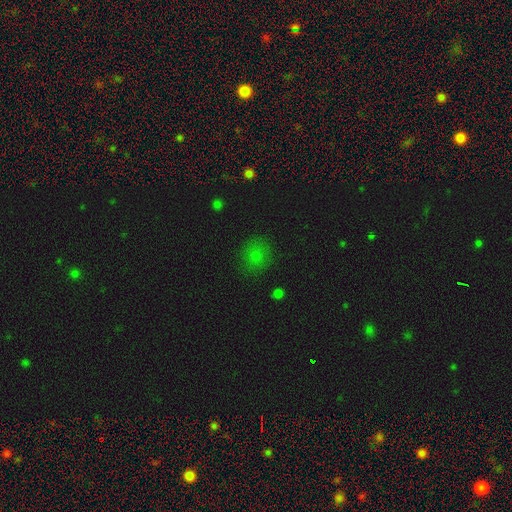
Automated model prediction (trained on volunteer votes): A smooth galaxy with no disk features (64%) that is round (84%).

Vote fractions:
- Smooth or featured? smooth: 64% / star or artifact: 27% / featured or disk: 9%
- How rounded? round: 84% / in between: 15% / cigar-shaped: 1%
- Merging? none: 82% / minor disturbance: 12% / major disturbance: 4% / merger: 2%